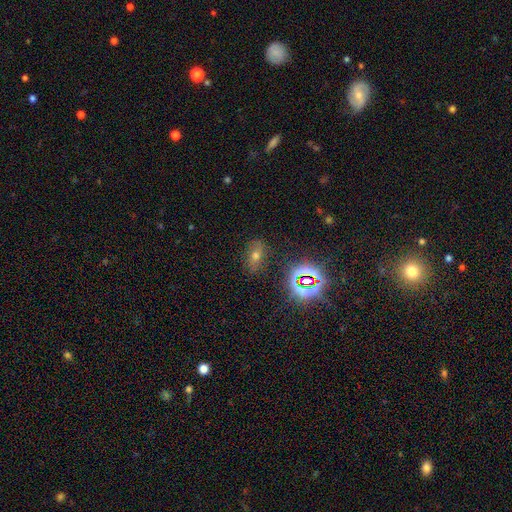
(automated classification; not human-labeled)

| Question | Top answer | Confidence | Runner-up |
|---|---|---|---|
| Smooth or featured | smooth | 43% | star or artifact (39%) |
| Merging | none | 81% | minor disturbance (12%) |